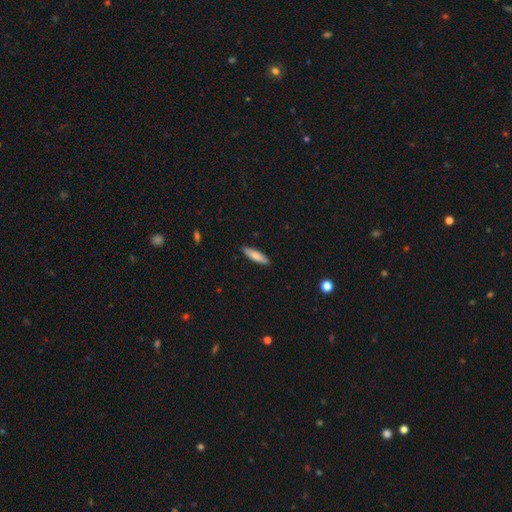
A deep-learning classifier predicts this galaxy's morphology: This is likely a smooth galaxy (79%). How rounded: likely cigar-shaped (70%). Merging: clearly none (89%).